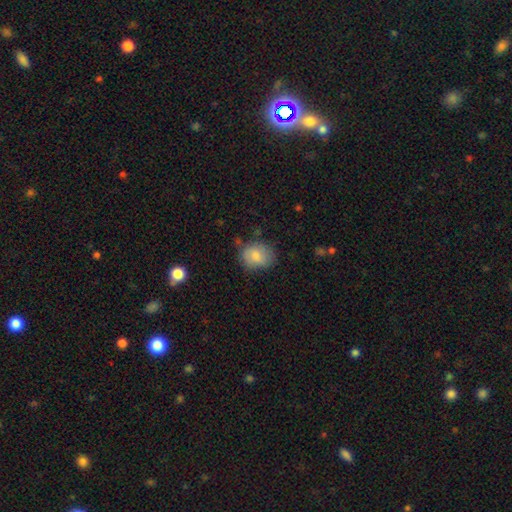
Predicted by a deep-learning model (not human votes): Q: Smooth or featured?
A: smooth (81%); runner-up: featured or disk (12%)
Q: How rounded?
A: round (52%); runner-up: in between (47%)
Q: Merging?
A: none (71%); runner-up: minor disturbance (21%)